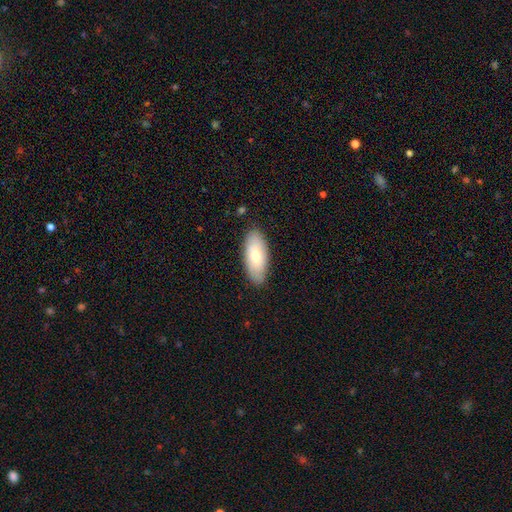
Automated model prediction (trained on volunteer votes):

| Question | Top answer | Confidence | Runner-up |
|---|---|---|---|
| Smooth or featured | smooth | 70% | featured or disk (24%) |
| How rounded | in between | 86% | cigar-shaped (12%) |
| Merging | none | 86% | minor disturbance (11%) |